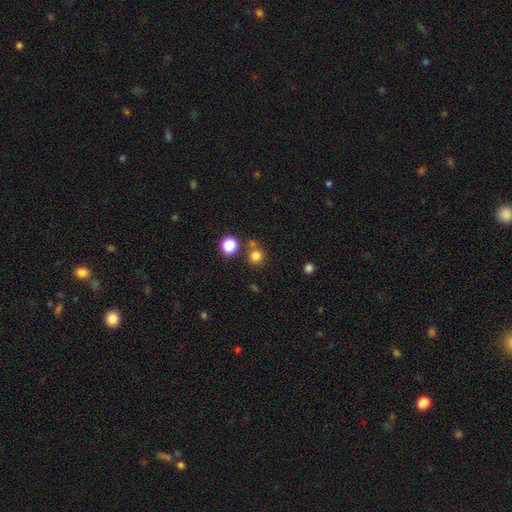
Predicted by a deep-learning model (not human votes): The model was most divided on "merging": none: 73%, merger: 17%, minor disturbance: 8%, major disturbance: 3%. More confident: how rounded — round (92%); smooth or featured — smooth (78%).